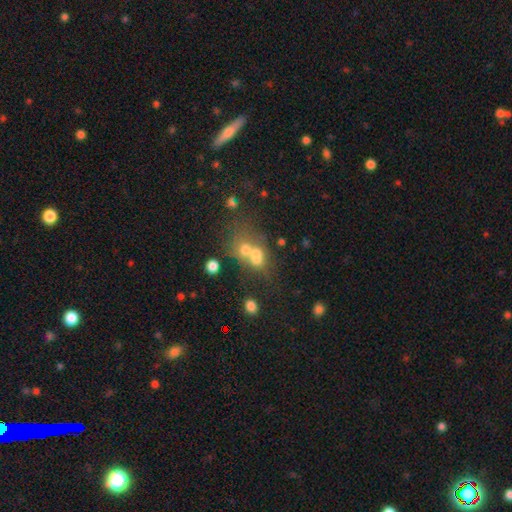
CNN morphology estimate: A smooth galaxy with no disk features (58%) that is round (51%). Merging: merger (59%).